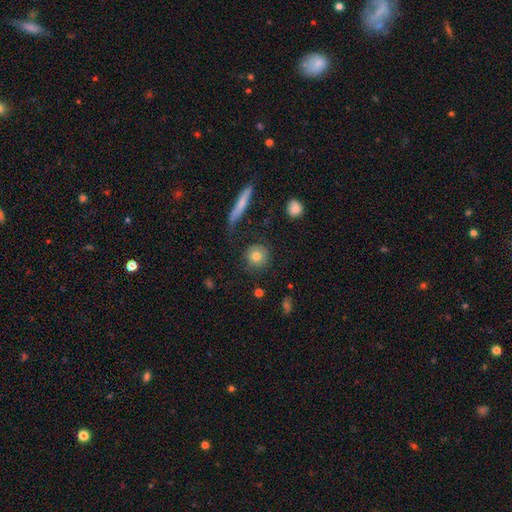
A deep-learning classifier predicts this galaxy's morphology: Q: Smooth or featured?
A: smooth (77%); runner-up: featured or disk (15%)
Q: How rounded?
A: round (90%); runner-up: in between (8%)
Q: Merging?
A: none (81%); runner-up: minor disturbance (11%)